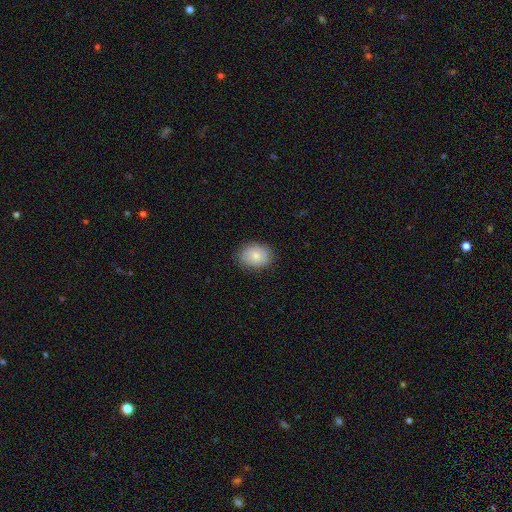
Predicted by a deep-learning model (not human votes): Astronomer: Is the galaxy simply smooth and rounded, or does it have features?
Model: smooth — 80%.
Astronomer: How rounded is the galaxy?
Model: in between — 59% (runner-up: round, 40%).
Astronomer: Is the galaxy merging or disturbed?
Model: none — 85%.